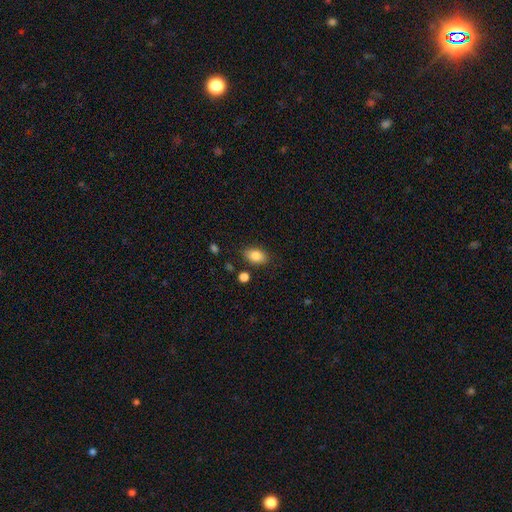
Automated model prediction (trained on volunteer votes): Morphology: type=smooth (84%); roundness=in between (85%); merging=none (82%).